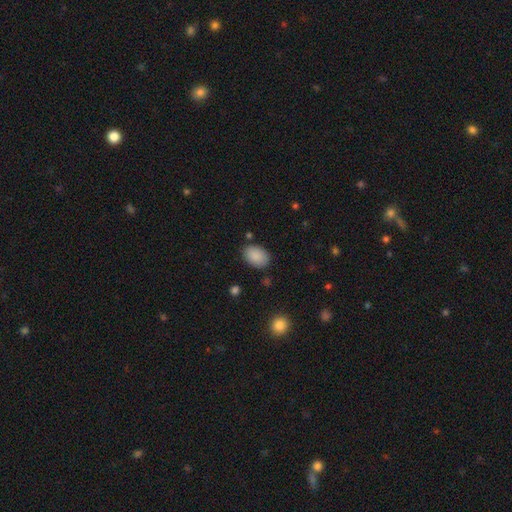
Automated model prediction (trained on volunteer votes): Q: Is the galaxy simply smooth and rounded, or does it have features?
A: smooth — 88%.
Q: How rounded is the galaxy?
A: in between — 83%.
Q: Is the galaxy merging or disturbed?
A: none — 82%.